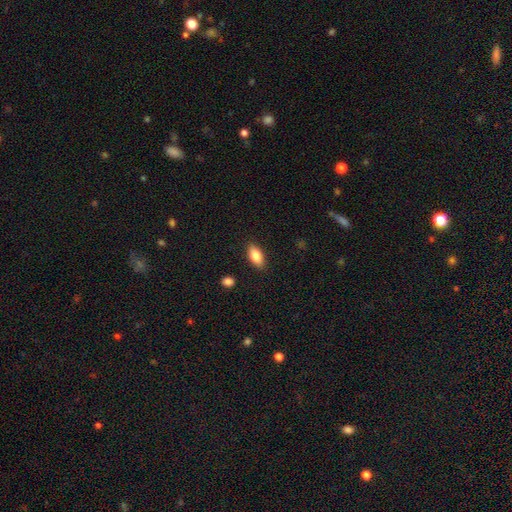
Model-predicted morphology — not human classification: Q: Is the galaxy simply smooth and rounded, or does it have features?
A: smooth — 83%.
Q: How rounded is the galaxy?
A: in between — 89%.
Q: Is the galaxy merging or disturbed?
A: none — 88%.